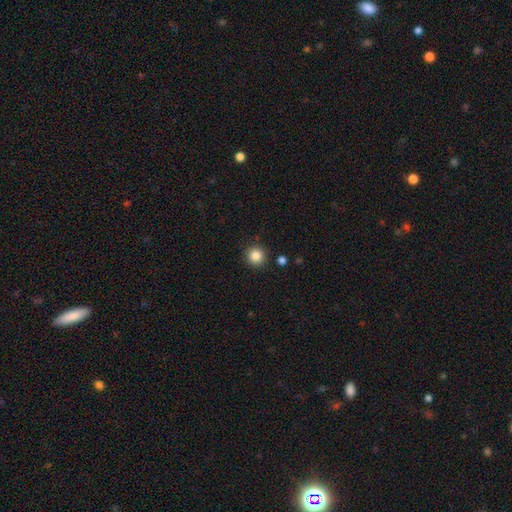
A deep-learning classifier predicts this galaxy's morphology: The model was most divided on "smooth or featured": smooth: 85%, star or artifact: 11%, featured or disk: 4%. More confident: how rounded — round (95%); merging — none (90%).